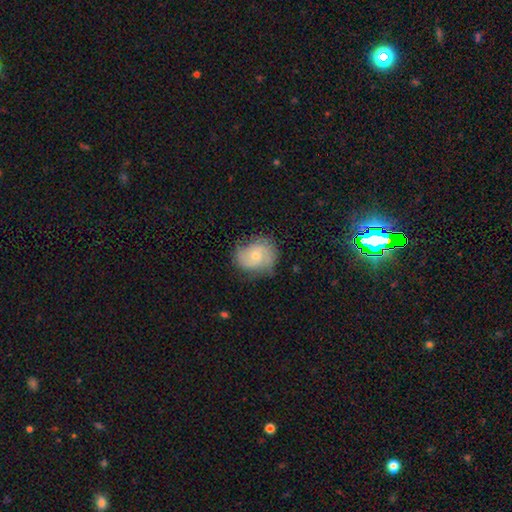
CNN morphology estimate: This is possibly a featured or disk galaxy (54%). It is clearly not viewed edge-on (97%). Bar: likely no (74%). Spiral arm pattern: clearly yes (84%). Central bulge: likely small (63%). Merging: likely none (68%).